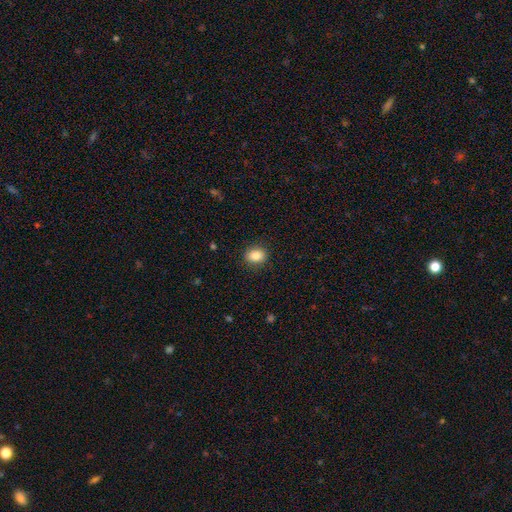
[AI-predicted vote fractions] Smooth or featured? smooth (87%)
How rounded? in between (58%)
Merging? none (88%)